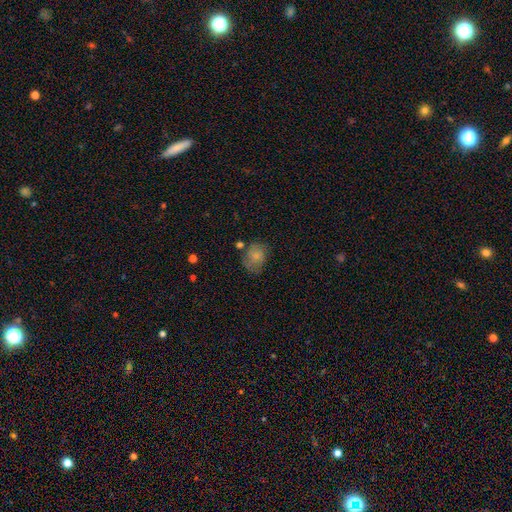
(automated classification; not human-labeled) Smooth or featured? Predicted: smooth (p=0.75). How rounded? Predicted: round (p=0.52). Merging? Predicted: none (p=0.57).